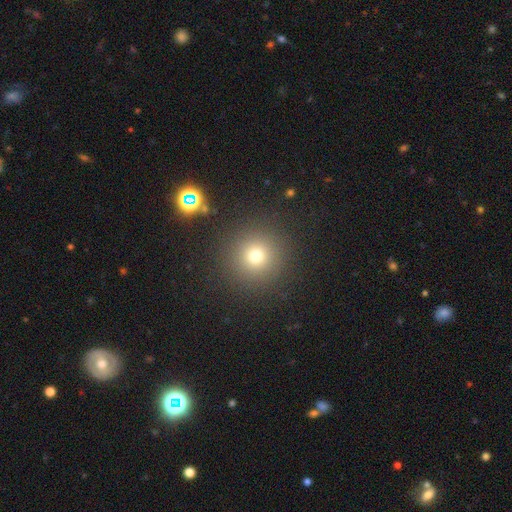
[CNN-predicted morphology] smooth-or-featured: smooth: 72% | star or artifact: 19% | featured or disk: 9%
  how-rounded: round: 95% | in between: 4% | cigar-shaped: 1%
  merging: none: 89% | minor disturbance: 6% | major disturbance: 3% | merger: 2%